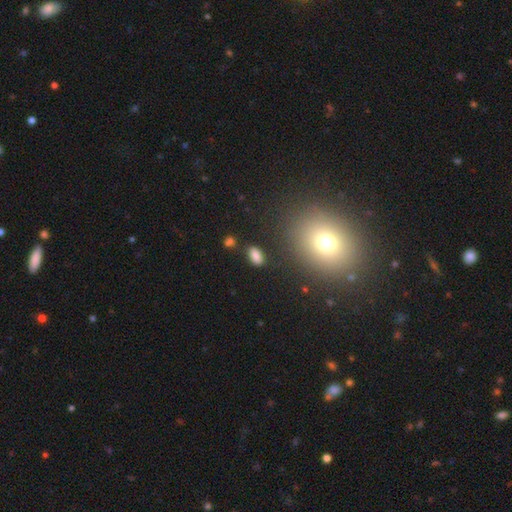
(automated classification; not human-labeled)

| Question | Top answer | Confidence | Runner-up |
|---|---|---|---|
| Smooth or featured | smooth | 83% | star or artifact (11%) |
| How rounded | in between | 90% | round (6%) |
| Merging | none | 80% | minor disturbance (12%) |